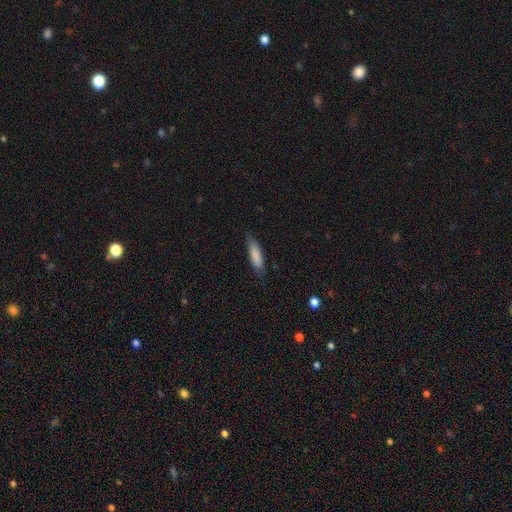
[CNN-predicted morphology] smooth_or_featured: smooth (p=0.83) [alt: featured or disk p=0.11]
how_rounded: cigar-shaped (p=0.64) [alt: in between p=0.34]
merging: none (p=0.75) [alt: minor disturbance p=0.20]